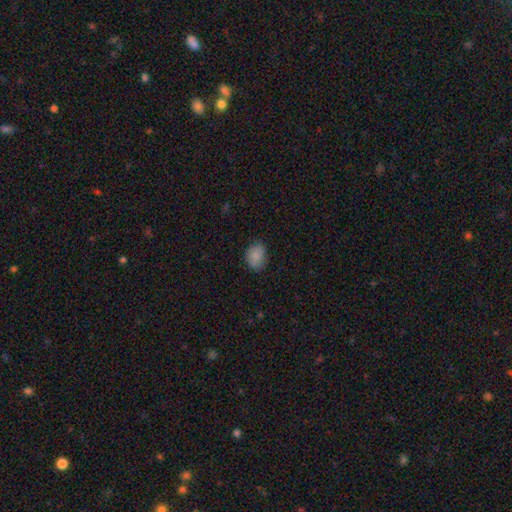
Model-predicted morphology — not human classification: Smooth or featured: smooth — 85% (star or artifact — 9%)
How rounded: in between — 65% (round — 34%)
Merging: none — 74% (minor disturbance — 21%)